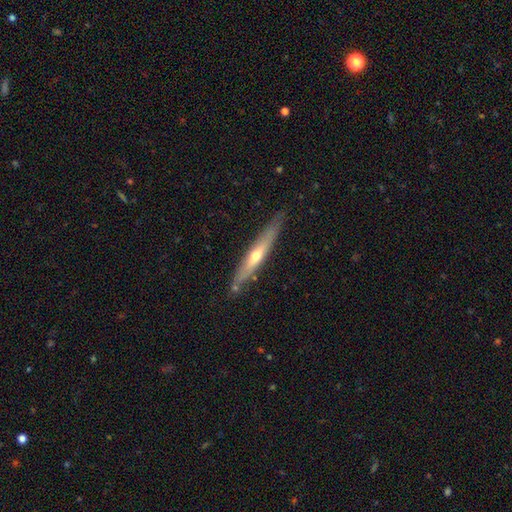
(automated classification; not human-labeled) Morphology: type=featured or disk (67%); edge-on=yes (91%); edge-on bulge=rounded (81%); merging=none (84%).